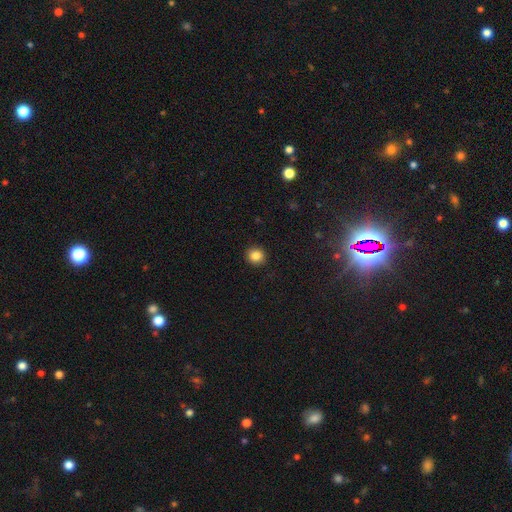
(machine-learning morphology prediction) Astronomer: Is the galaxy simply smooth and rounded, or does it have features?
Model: smooth — 85%.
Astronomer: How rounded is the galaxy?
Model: round — 89%.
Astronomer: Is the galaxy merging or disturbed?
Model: none — 91%.